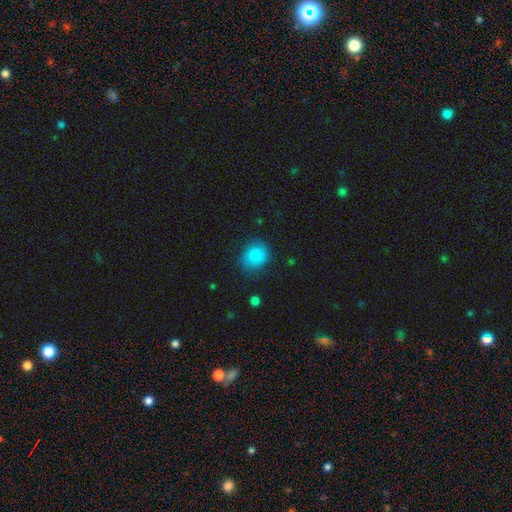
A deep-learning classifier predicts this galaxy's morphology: Q: Smooth or featured?
A: smooth (85%); runner-up: star or artifact (9%)
Q: How rounded?
A: round (65%); runner-up: in between (34%)
Q: Merging?
A: none (73%); runner-up: minor disturbance (20%)